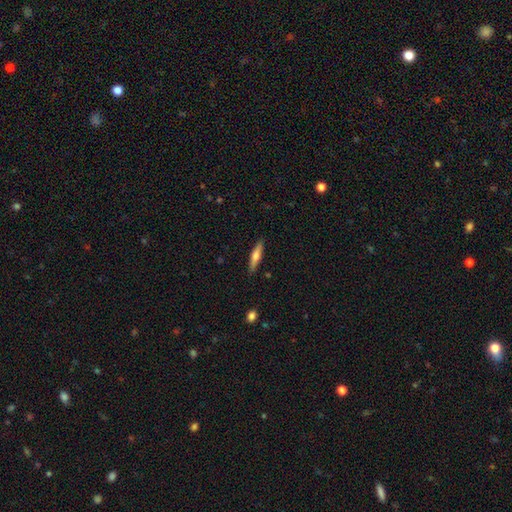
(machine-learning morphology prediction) This appears to be a smooth galaxy with no disk features (51%) that is cigar-shaped (83%). Merging: none (89%).